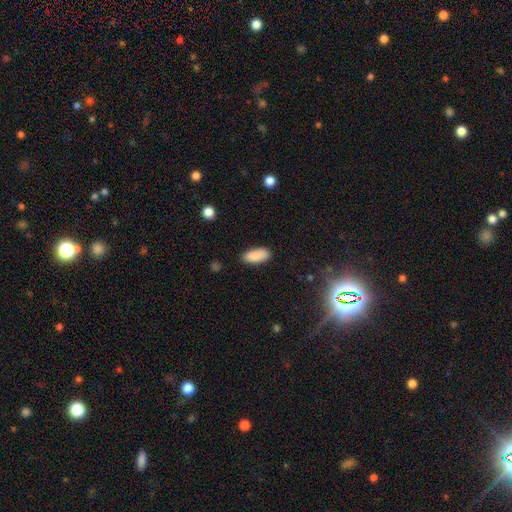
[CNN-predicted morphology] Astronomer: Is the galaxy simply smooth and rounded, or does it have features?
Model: smooth — 88%.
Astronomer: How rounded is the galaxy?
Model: in between — 86%.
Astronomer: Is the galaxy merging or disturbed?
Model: none — 83%.